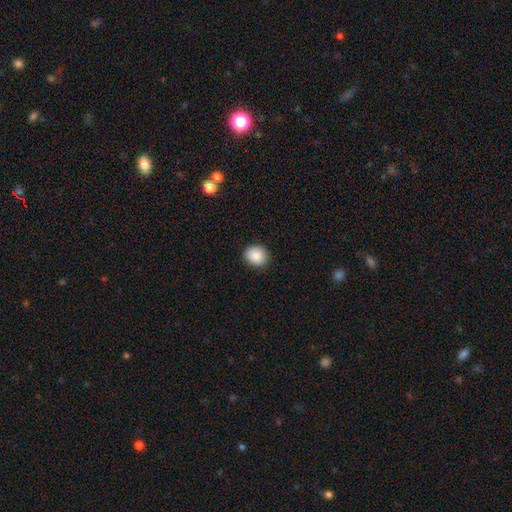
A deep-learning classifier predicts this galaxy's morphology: A smooth galaxy with no disk features (88%) that is round (75%). Merging: none (89%).